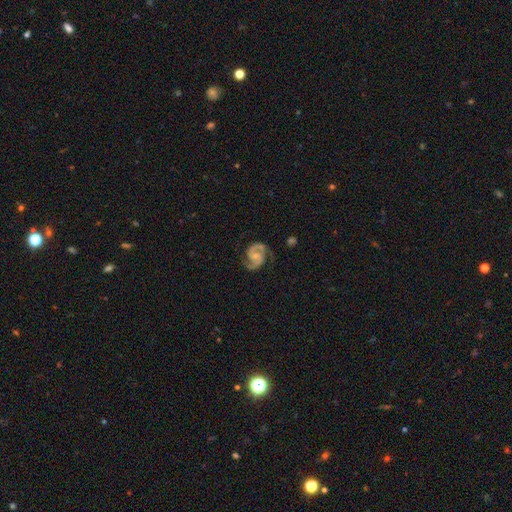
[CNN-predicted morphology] Q: Smooth or featured?
A: featured or disk (92%); runner-up: star or artifact (4%)
Q: Edge-on disk?
A: no (98%); runner-up: yes (2%)
Q: Bar?
A: no (52%); runner-up: weak (38%)
Q: Spiral arms?
A: yes (98%); runner-up: no (2%)
Q: Spiral winding?
A: medium (61%); runner-up: tight (28%)
Q: Spiral arm count?
A: 2 (94%); runner-up: can't tell (1%)
Q: Bulge size?
A: small (52%); runner-up: moderate (27%)
Q: Merging?
A: none (79%); runner-up: minor disturbance (14%)